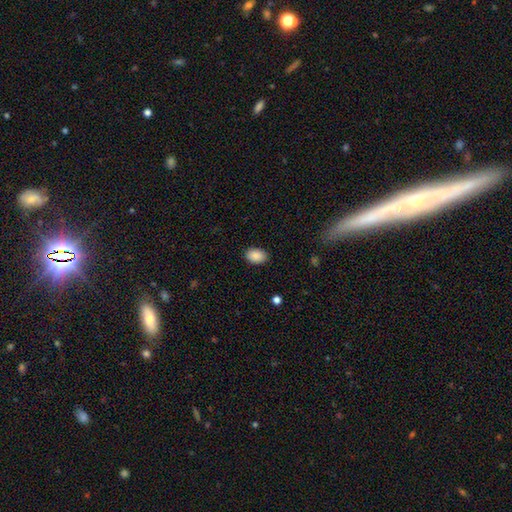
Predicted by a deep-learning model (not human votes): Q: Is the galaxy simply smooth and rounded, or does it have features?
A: smooth — 90%.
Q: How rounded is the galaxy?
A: in between — 85%.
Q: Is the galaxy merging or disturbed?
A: none — 88%.